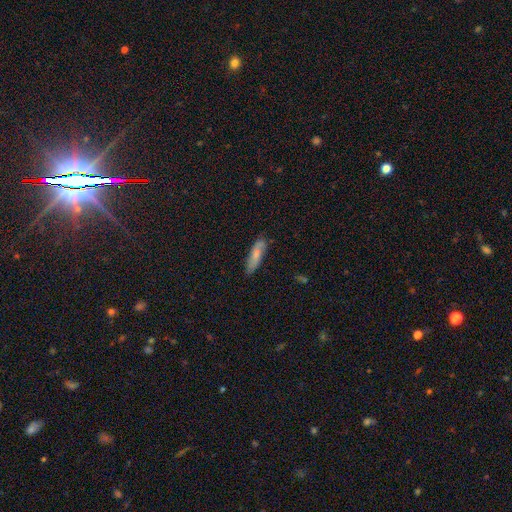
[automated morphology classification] This appears to be a smooth galaxy with no disk features (72%) that is cigar-shaped (56%). Merging: none (76%).